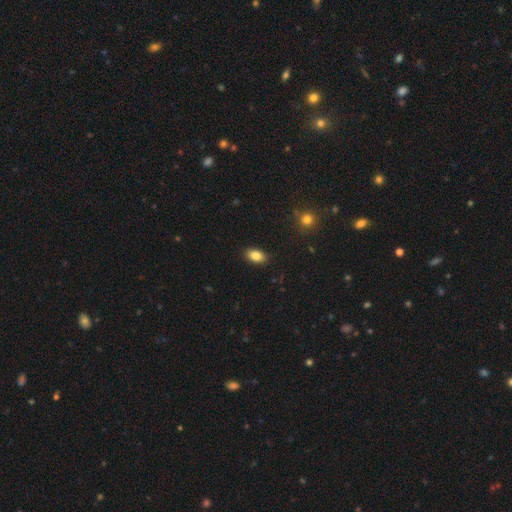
Q: Smooth or featured?
A: smooth (78%); runner-up: star or artifact (12%)
Q: How rounded?
A: in between (97%); runner-up: round (3%)
Q: Merging?
A: none (89%); runner-up: minor disturbance (6%)